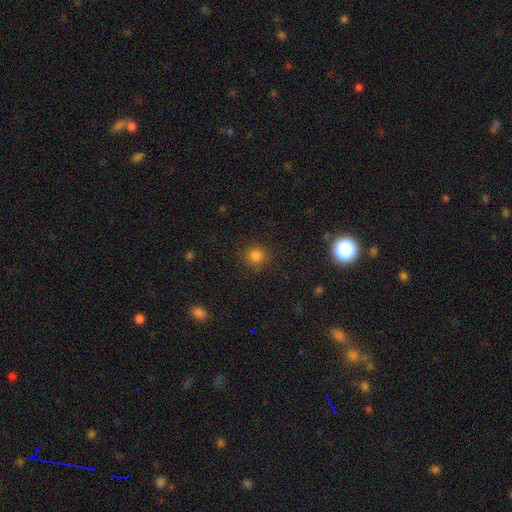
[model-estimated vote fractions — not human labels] Smooth or featured: smooth — 81% (star or artifact — 14%)
How rounded: round — 89% (in between — 10%)
Merging: none — 85% (minor disturbance — 10%)